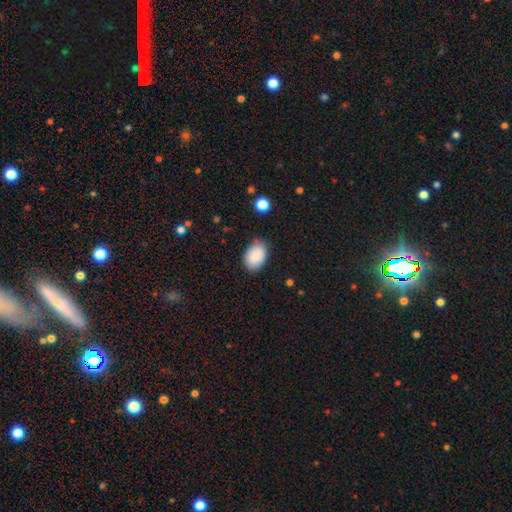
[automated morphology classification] This appears to be a smooth galaxy with no disk features (89%) that is in between round and cigar-shaped (86%). Merging: none (80%).